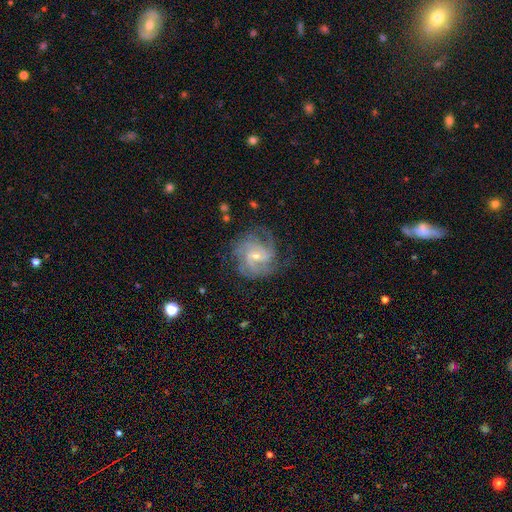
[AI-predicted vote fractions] smooth-or-featured: featured or disk: 89% | star or artifact: 6% | smooth: 5%
  disk-edge-on: no: 98% | yes: 2%
    bar: weak: 47% | no: 37% | strong: 15%
    has-spiral-arms: yes: 98% | no: 2%
      spiral-winding: tight: 53% | medium: 40% | loose: 8%
      spiral-arm-count: 3: 37% | 4: 20% | 2: 17% | can't tell: 15% | more than 4: 6% | 1: 6%
    bulge-size: small: 63% | moderate: 34% | none: 2% | large: 1% | dominant: 1%
  merging: none: 74% | minor disturbance: 17% | major disturbance: 8% | merger: 1%